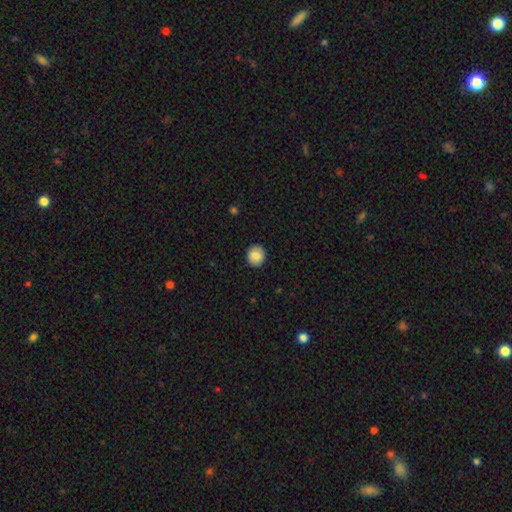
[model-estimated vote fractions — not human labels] This is clearly a smooth galaxy (83%). How rounded: clearly round (85%). Merging: clearly none (89%).